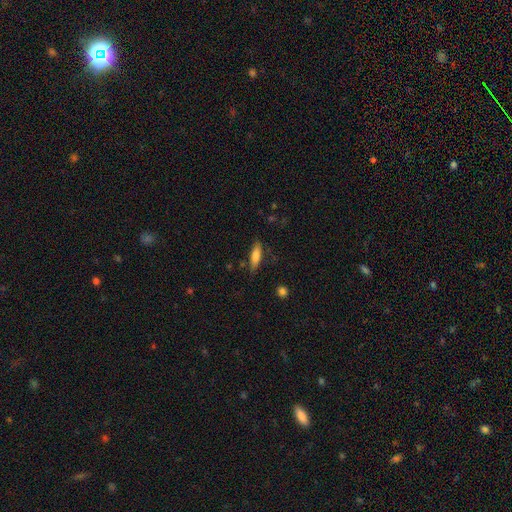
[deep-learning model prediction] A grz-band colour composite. It shows a smooth galaxy with no disk features (74%) that is cigar-shaped (59%). Merging: none (77%).